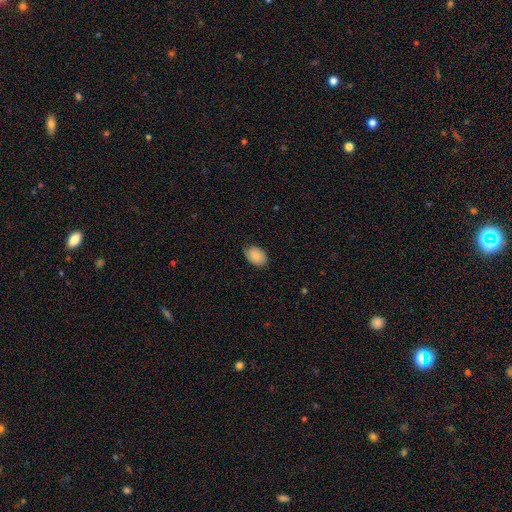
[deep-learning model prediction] Morphology: type=smooth (86%); roundness=in between (79%); merging=none (81%).